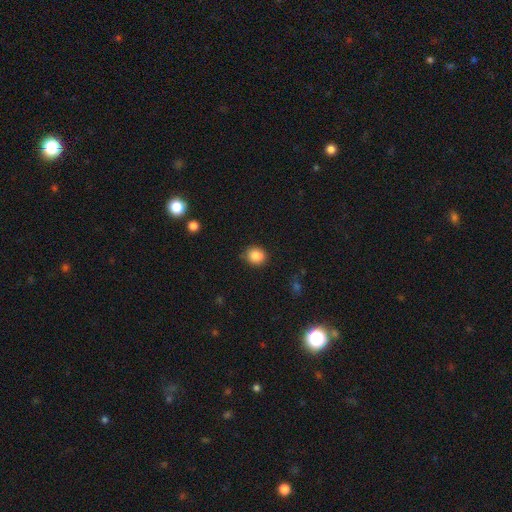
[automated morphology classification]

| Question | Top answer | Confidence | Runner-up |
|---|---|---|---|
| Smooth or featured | smooth | 85% | star or artifact (10%) |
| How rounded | round | 77% | in between (22%) |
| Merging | none | 80% | minor disturbance (16%) |